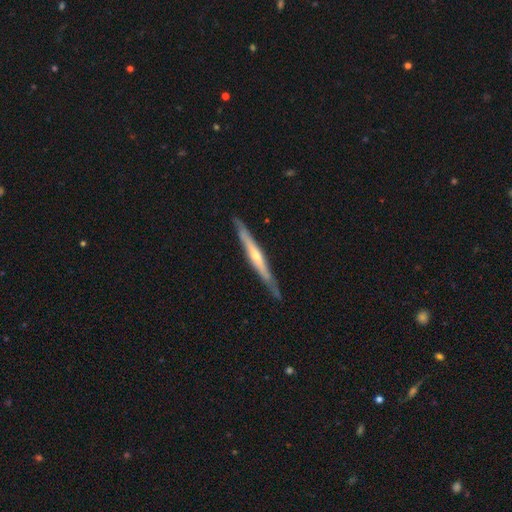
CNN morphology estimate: Smooth or featured: featured or disk — 68% (smooth — 27%)
Edge-on disk: yes — 95% (no — 5%)
Edge-on bulge: rounded — 66% (none — 29%)
Merging: none — 86% (minor disturbance — 11%)